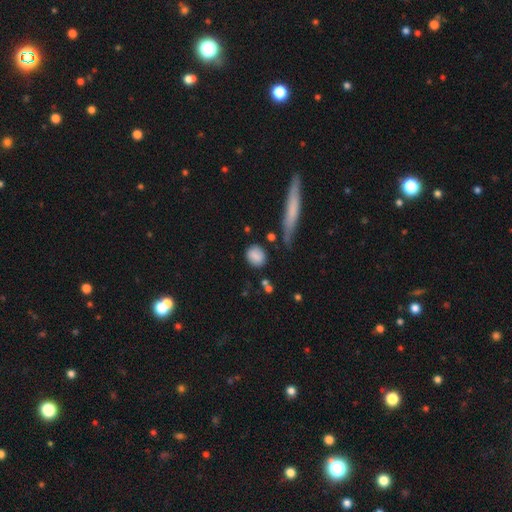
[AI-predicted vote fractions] smooth 84%, featured or disk 8%, star or artifact 8%. Down the decision tree: how rounded — round (63%); merging — none (79%).